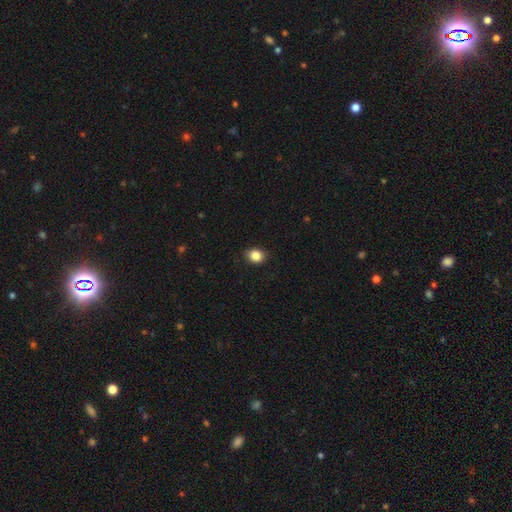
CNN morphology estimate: Q: Smooth or featured?
A: smooth (85%); runner-up: star or artifact (10%)
Q: How rounded?
A: round (59%); runner-up: in between (40%)
Q: Merging?
A: none (86%); runner-up: minor disturbance (11%)